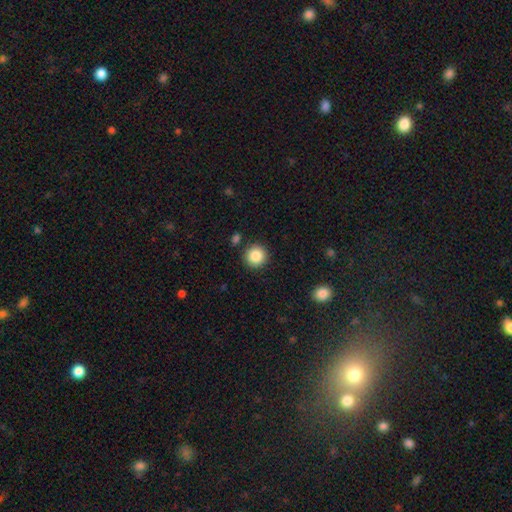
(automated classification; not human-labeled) Overall: smooth (87%). How rounded: round (95%). Merging: none (88%).